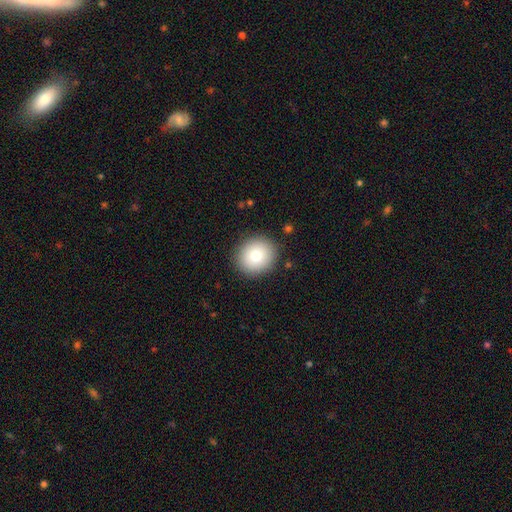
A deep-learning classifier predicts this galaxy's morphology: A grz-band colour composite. It shows a smooth galaxy with no disk features (79%) that is round (85%). Merging: none (89%).